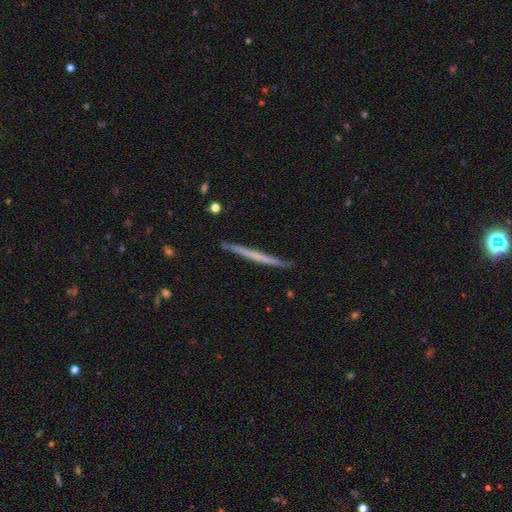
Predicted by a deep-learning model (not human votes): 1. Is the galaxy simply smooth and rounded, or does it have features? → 52% featured or disk, 42% smooth, 6% star or artifact.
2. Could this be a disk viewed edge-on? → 98% yes, 2% no.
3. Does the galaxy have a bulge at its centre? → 86% none, 9% rounded, 5% boxy.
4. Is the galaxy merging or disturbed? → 90% none, 7% minor disturbance, 1% major disturbance, 1% merger.